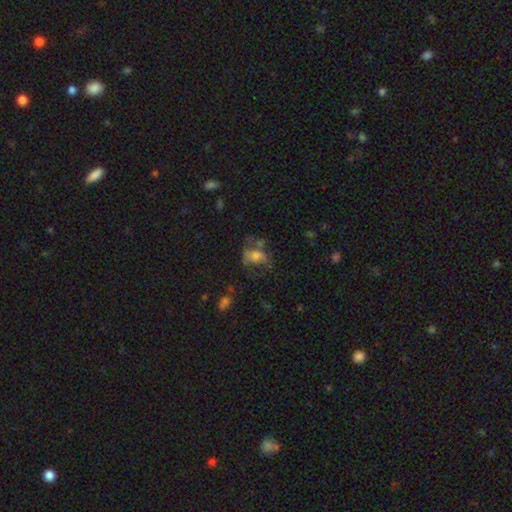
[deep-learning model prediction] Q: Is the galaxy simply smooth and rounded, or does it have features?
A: smooth — 50%.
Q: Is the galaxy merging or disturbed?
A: major disturbance — 34%.